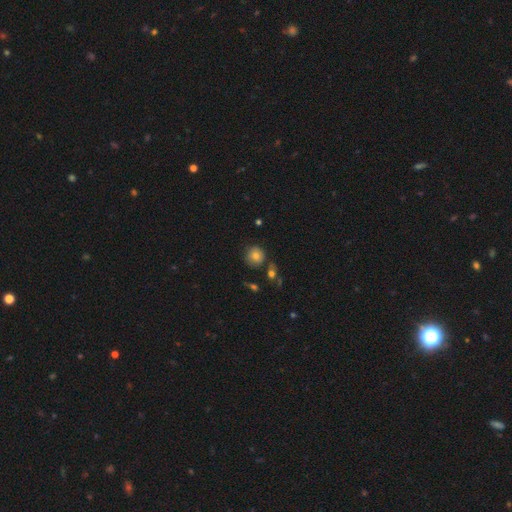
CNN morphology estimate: This appears to be a smooth galaxy with no disk features (75%) that is round (90%). Merging: none (78%).